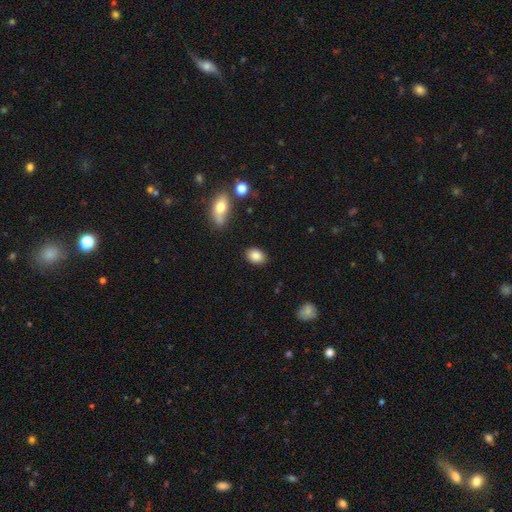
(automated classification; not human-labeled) Smooth or featured? Predicted: smooth (p=0.86). How rounded? Predicted: in between (p=0.81). Merging? Predicted: none (p=0.86).